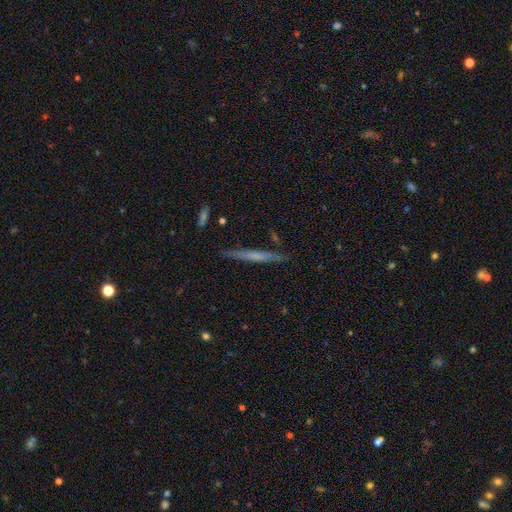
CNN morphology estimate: smooth-or-featured: featured or disk: 47% | smooth: 46% | star or artifact: 6%
  merging: none: 87% | minor disturbance: 10% | major disturbance: 2% | merger: 2%